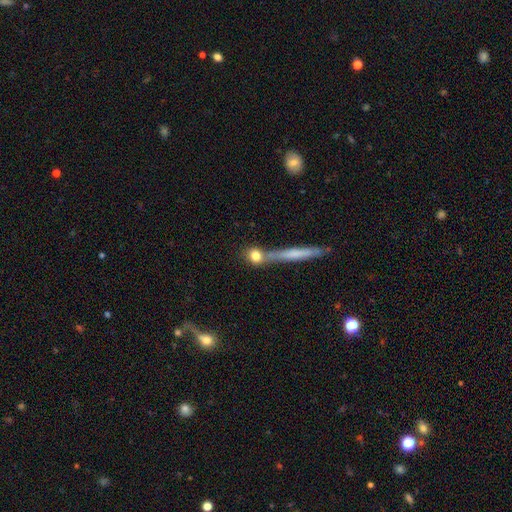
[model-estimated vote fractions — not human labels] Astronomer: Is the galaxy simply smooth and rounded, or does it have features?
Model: smooth — 74%.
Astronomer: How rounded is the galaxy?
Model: round — 68%.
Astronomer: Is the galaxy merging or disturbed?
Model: none — 58%.